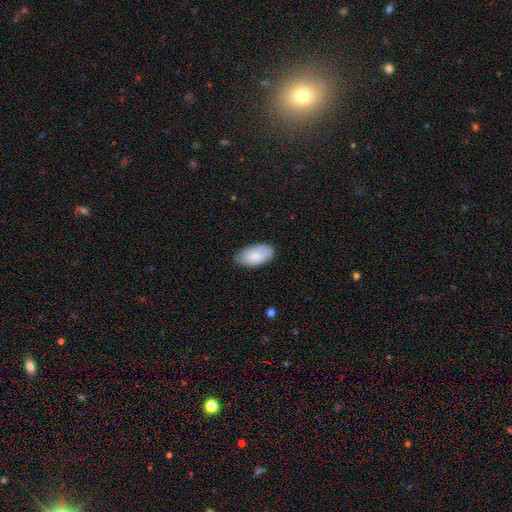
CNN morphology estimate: Overall: smooth (79%). How rounded: in between (95%). Merging: none (75%).